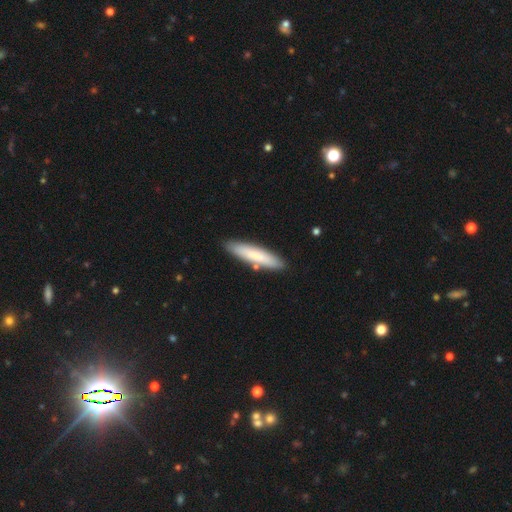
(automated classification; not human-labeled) smooth-or-featured: smooth: 76% | featured or disk: 18% | star or artifact: 5%
  how-rounded: cigar-shaped: 83% | in between: 16% | round: 1%
  merging: none: 84% | minor disturbance: 10% | merger: 4% | major disturbance: 2%